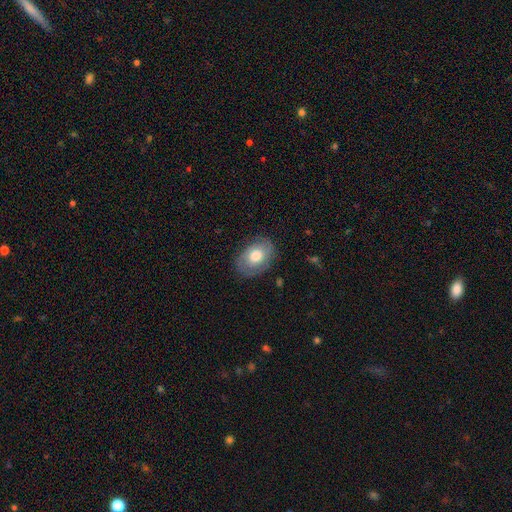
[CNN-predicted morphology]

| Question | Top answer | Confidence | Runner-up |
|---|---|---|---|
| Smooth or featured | smooth | 56% | featured or disk (37%) |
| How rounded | in between | 77% | round (22%) |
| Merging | none | 78% | minor disturbance (15%) |